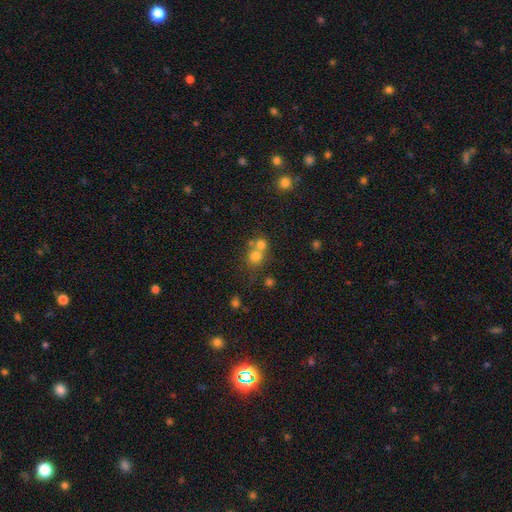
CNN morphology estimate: Smooth or featured? smooth (71%)
How rounded? round (83%)
Merging? merger (50%)